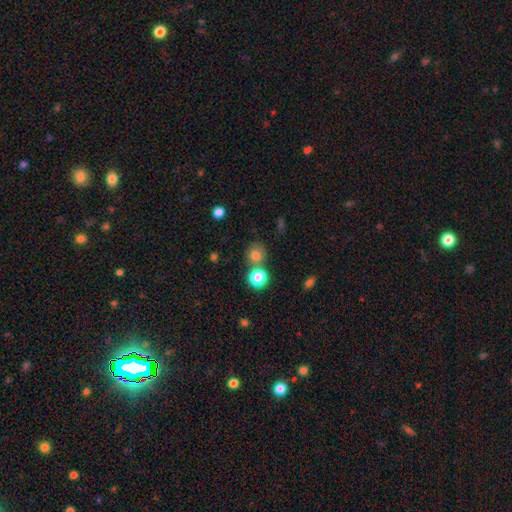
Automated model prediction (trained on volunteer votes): Smooth or featured?
  - smooth: 76% *
  - star or artifact: 15%
  - featured or disk: 8%
How rounded?
  - round: 81% *
  - in between: 18%
  - cigar-shaped: 1%
Merging?
  - none: 59% *
  - merger: 26%
  - minor disturbance: 11%
  - major disturbance: 5%